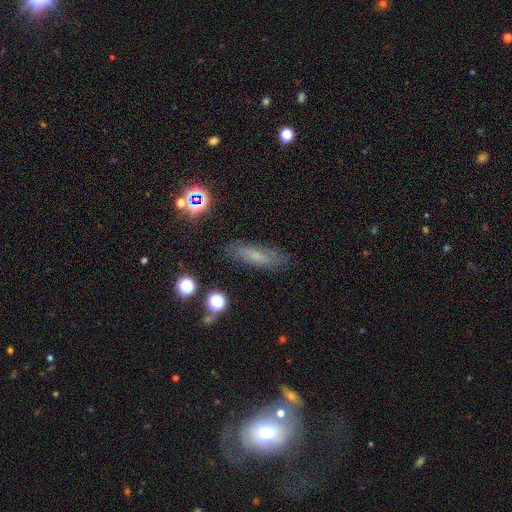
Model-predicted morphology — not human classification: smooth 55%, featured or disk 31%, star or artifact 13%. Down the decision tree: how rounded — cigar-shaped (49%); merging — none (78%).